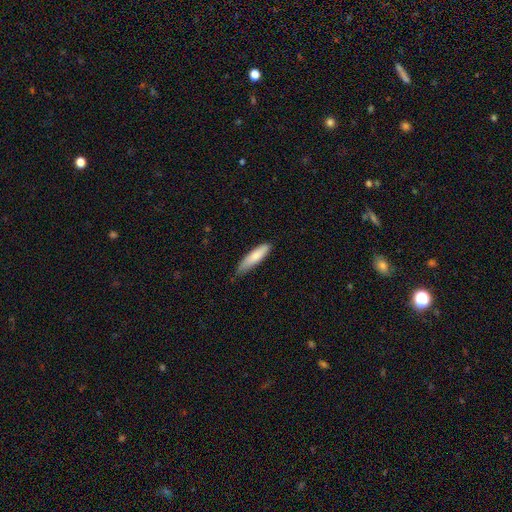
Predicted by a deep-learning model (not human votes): Smooth or featured: smooth — 80% (featured or disk — 14%)
How rounded: cigar-shaped — 73% (in between — 26%)
Merging: none — 67% (minor disturbance — 28%)